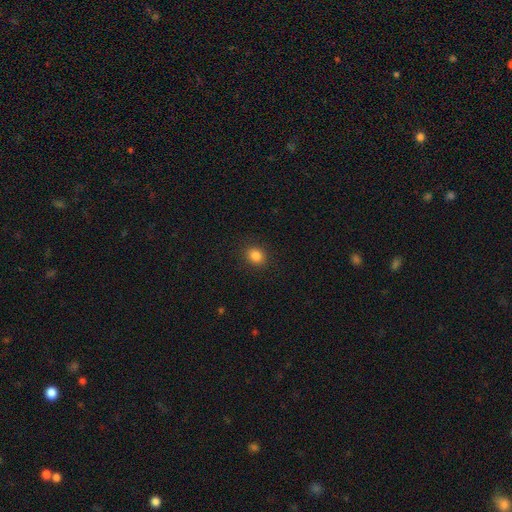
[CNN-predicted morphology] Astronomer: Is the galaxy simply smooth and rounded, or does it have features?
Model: smooth — 85%.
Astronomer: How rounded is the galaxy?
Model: round — 67%.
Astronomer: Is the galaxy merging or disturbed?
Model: none — 90%.